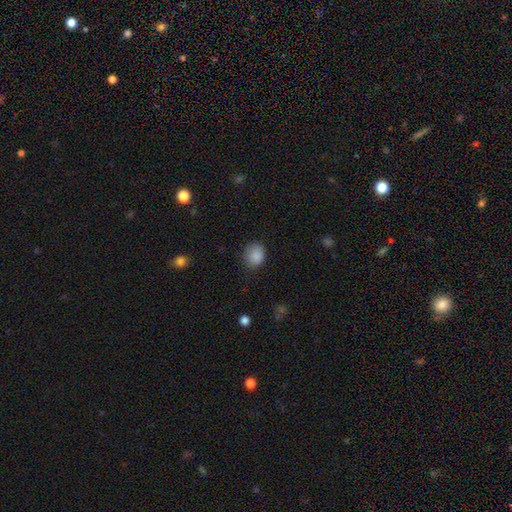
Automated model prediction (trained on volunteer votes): Overall: smooth (87%). How rounded: round (66%; in between 33%). Merging: none (74%).